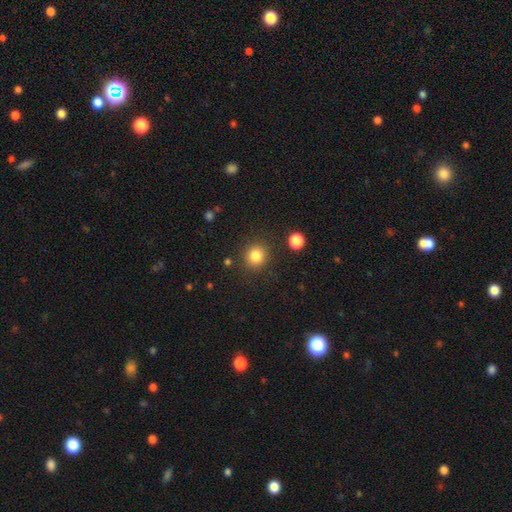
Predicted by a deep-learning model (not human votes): Smooth or featured?
  - smooth: 83% *
  - star or artifact: 11%
  - featured or disk: 5%
How rounded?
  - round: 88% *
  - in between: 11%
  - cigar-shaped: 1%
Merging?
  - none: 88% *
  - minor disturbance: 7%
  - major disturbance: 3%
  - merger: 3%